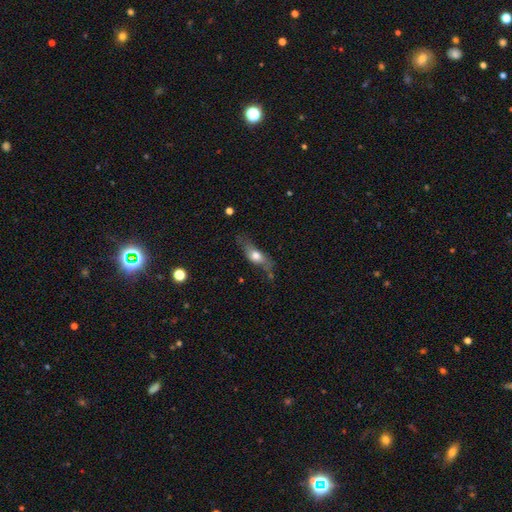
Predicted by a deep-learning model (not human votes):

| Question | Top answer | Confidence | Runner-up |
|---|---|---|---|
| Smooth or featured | smooth | 57% | featured or disk (36%) |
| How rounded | in between | 54% | cigar-shaped (40%) |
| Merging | none | 57% | minor disturbance (27%) |